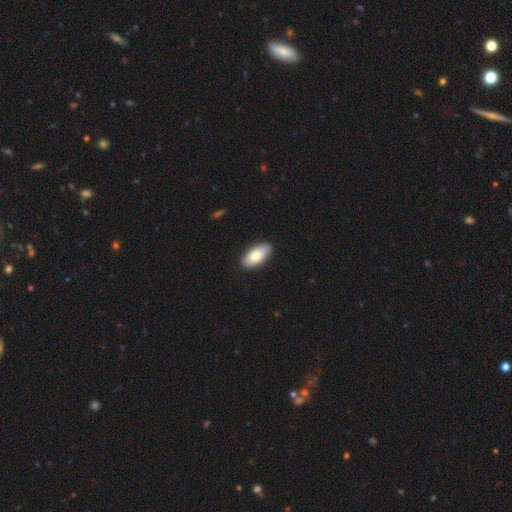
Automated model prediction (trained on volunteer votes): Smooth or featured?
  - smooth: 78% *
  - featured or disk: 16%
  - star or artifact: 6%
How rounded?
  - in between: 93% *
  - cigar-shaped: 5%
  - round: 2%
Merging?
  - none: 88% *
  - minor disturbance: 9%
  - major disturbance: 2%
  - merger: 1%